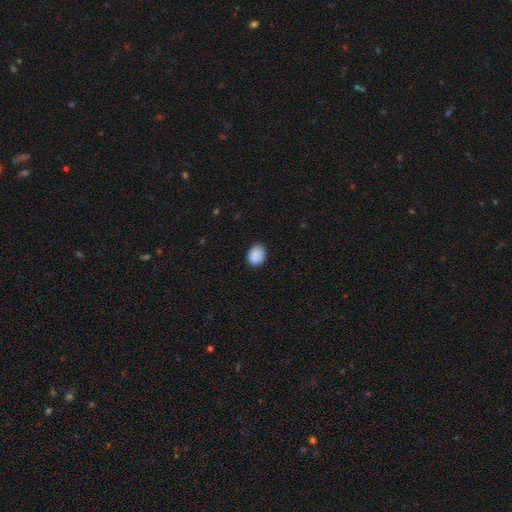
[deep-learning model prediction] A smooth galaxy with no disk features (87%) that is round (51%). Merging: none (78%).